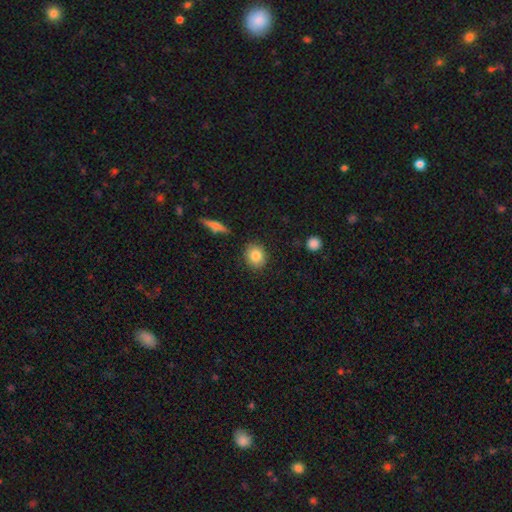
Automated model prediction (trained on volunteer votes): A smooth galaxy with no disk features (82%) that is round (73%). Merging: none (87%).